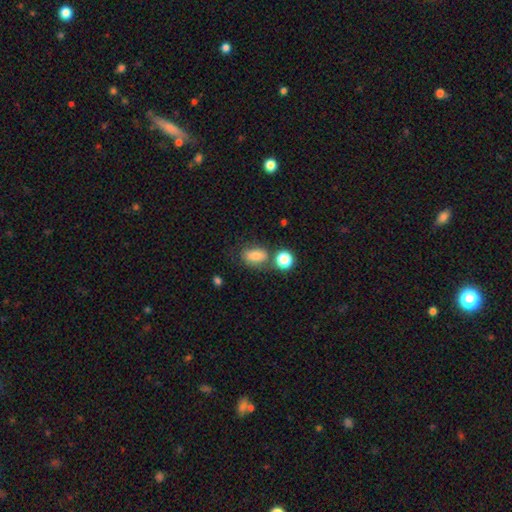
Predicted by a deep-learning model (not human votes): Morphology: type=smooth (78%); roundness=in between (81%); merging=none (57%).